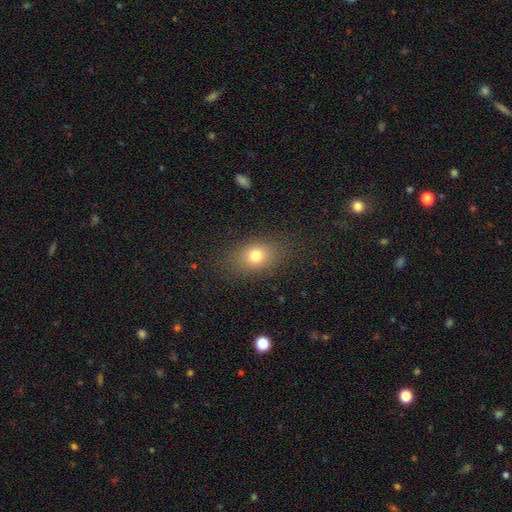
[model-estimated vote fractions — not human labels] This is likely a smooth galaxy (76%). How rounded: likely in between (71%). Merging: clearly none (83%).